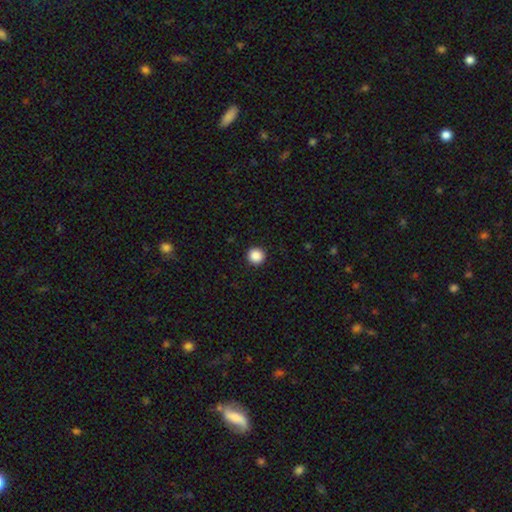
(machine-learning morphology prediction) The model was most divided on "smooth or featured": smooth: 88%, star or artifact: 9%, featured or disk: 2%. More confident: how rounded — round (95%); merging — none (93%).